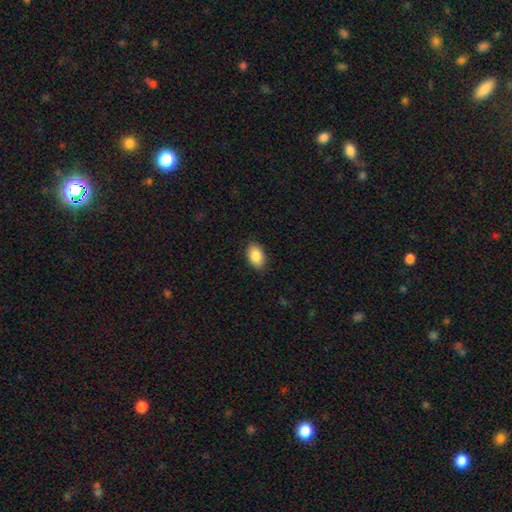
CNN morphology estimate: Overall: smooth (87%). How rounded: in between (90%). Merging: none (88%).